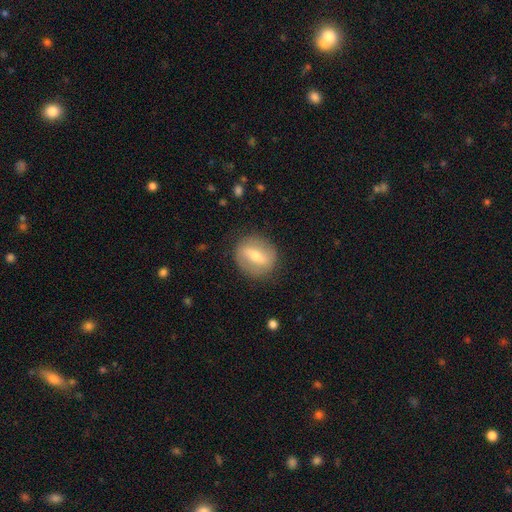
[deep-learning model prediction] Overall: featured or disk (51%; smooth 42%). Edge-on disk: no (86%). Merging: none (84%).